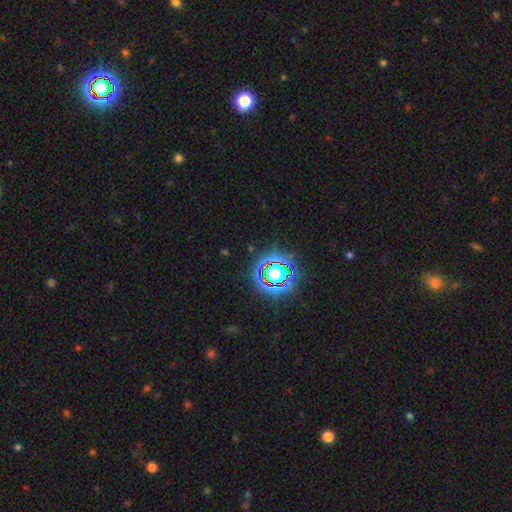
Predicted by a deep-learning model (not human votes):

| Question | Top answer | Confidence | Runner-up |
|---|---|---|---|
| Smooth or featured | star or artifact | 77% | smooth (14%) |